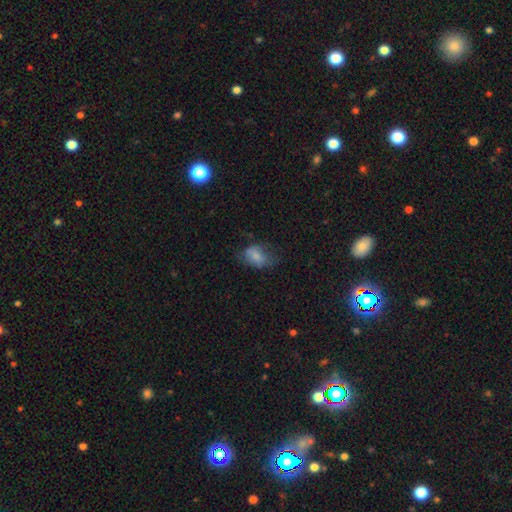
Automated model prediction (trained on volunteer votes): Smooth or featured? Predicted: smooth (p=0.72). How rounded? Predicted: in between (p=0.81). Merging? Predicted: none (p=0.43).